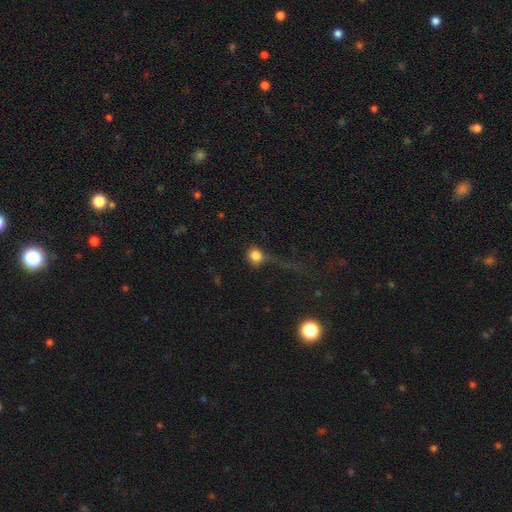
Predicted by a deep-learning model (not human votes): A smooth galaxy with no disk features (80%) that is round (83%). Merging: none (45%).